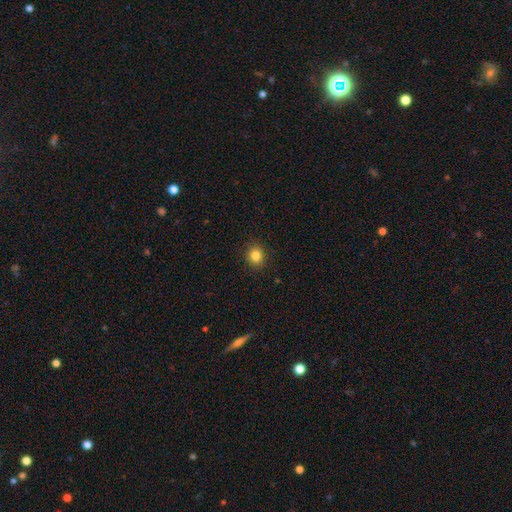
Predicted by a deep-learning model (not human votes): Q: Smooth or featured?
A: smooth (84%); runner-up: star or artifact (11%)
Q: How rounded?
A: round (83%); runner-up: in between (16%)
Q: Merging?
A: none (91%); runner-up: minor disturbance (6%)